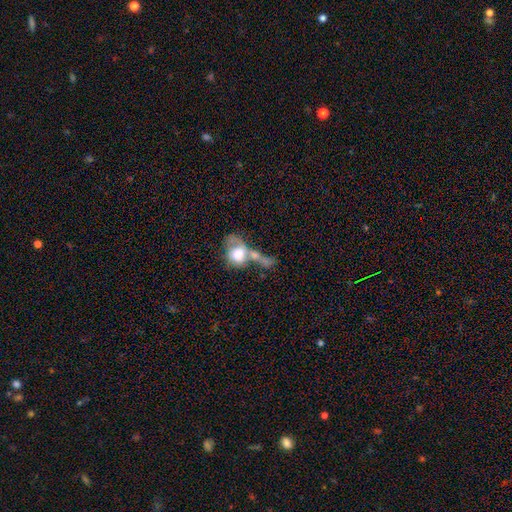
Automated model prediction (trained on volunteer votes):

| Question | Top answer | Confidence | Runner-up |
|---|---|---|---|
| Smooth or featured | smooth | 56% | featured or disk (32%) |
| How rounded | in between | 55% | round (41%) |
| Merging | merger | 53% | major disturbance (23%) |